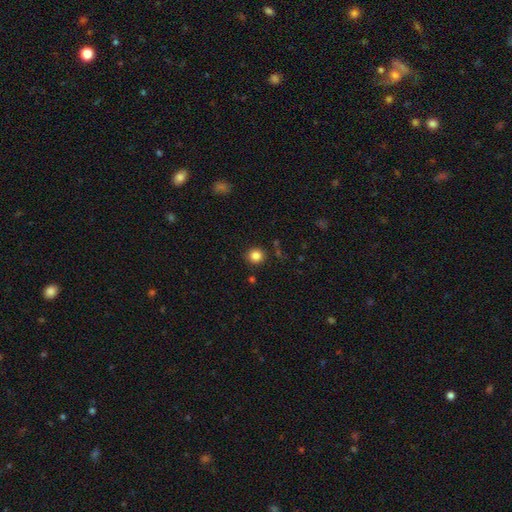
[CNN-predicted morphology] smooth_or_featured: smooth (p=0.84) [alt: star or artifact p=0.11]
how_rounded: round (p=0.91) [alt: in between p=0.08]
merging: none (p=0.87) [alt: minor disturbance p=0.08]